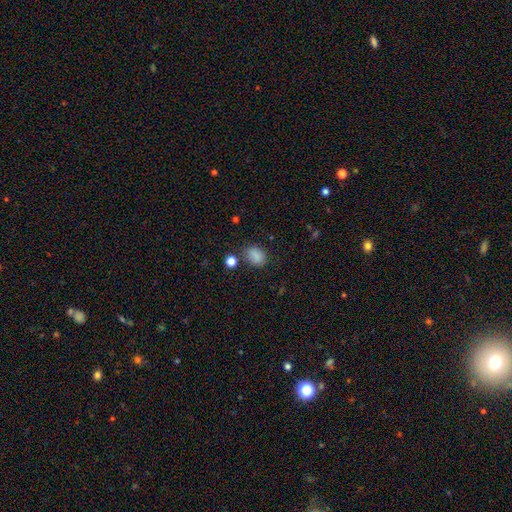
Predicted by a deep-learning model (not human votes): smooth-or-featured: smooth: 84% | star or artifact: 11% | featured or disk: 5%
  how-rounded: in between: 65% | round: 34% | cigar-shaped: 1%
  merging: none: 74% | minor disturbance: 17% | merger: 5% | major disturbance: 5%